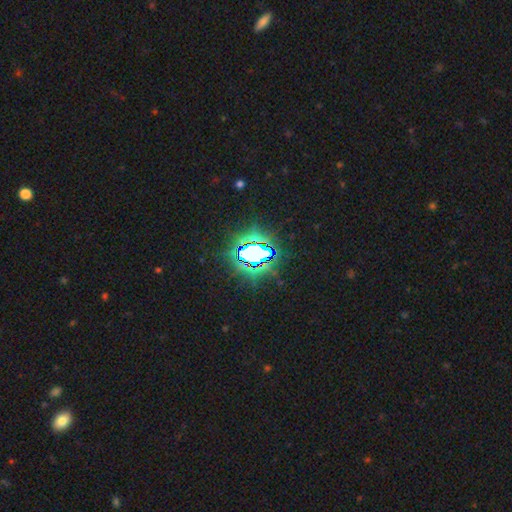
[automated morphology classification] star or artifact 76%, smooth 14%, featured or disk 10%.